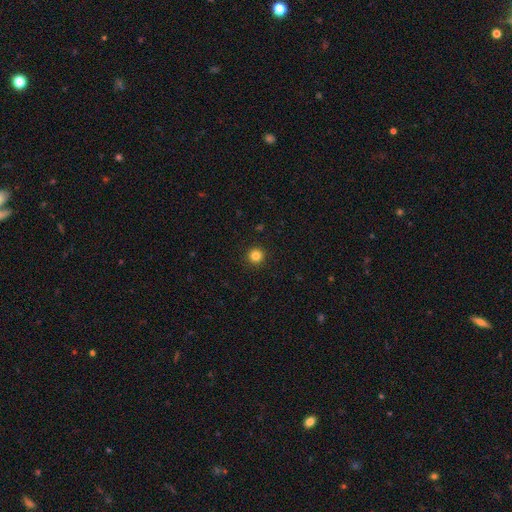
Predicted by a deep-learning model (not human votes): Smooth or featured: smooth — 84% (star or artifact — 12%)
How rounded: round — 96% (in between — 3%)
Merging: none — 93% (minor disturbance — 4%)